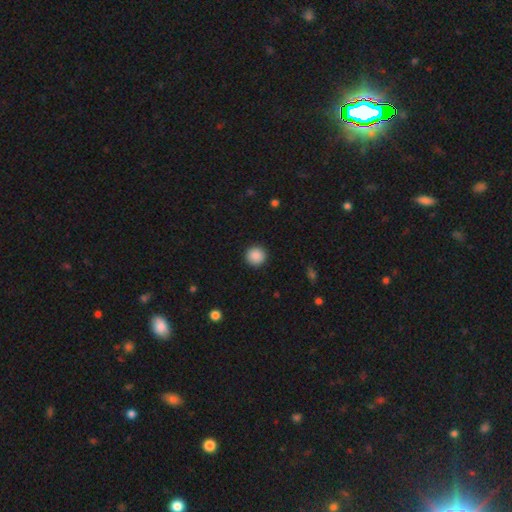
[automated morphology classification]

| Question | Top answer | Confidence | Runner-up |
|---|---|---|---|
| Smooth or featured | smooth | 89% | star or artifact (9%) |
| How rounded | round | 95% | in between (4%) |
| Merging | none | 93% | minor disturbance (5%) |